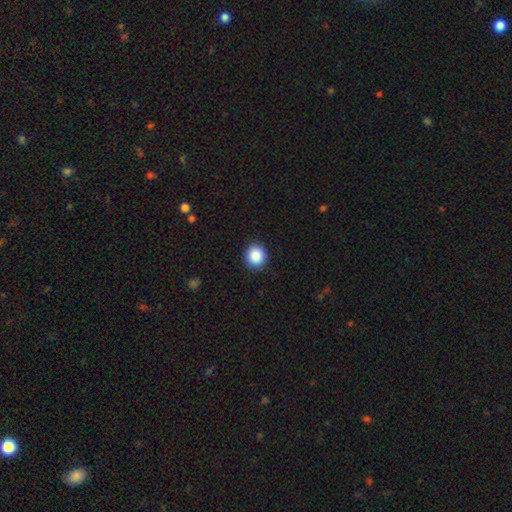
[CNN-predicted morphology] type=smooth (88%); roundness=round (90%); merging=none (90%).